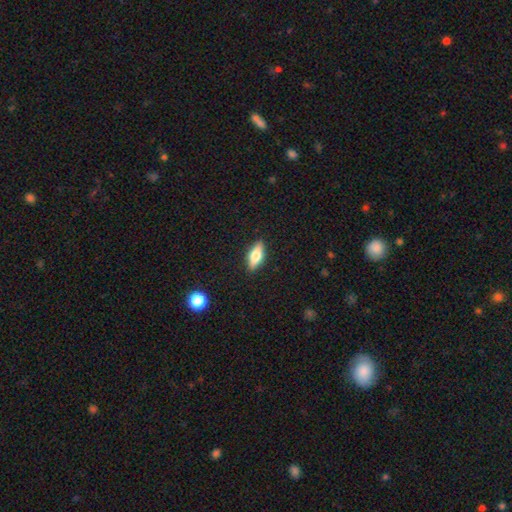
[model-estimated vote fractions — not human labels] This appears to be a smooth galaxy with no disk features (61%) that is in between round and cigar-shaped (70%). Merging: none (88%).